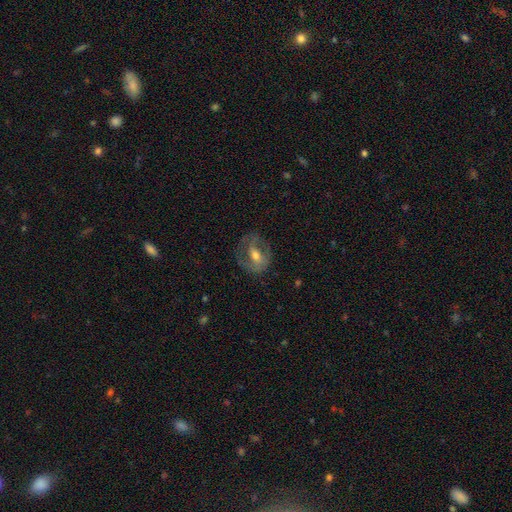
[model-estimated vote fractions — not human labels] Morphology: type=featured or disk (63%); edge-on=no (94%); bar=weak (39%); spiral arms=yes (57%); bulge=moderate (66%); merging=none (68%).